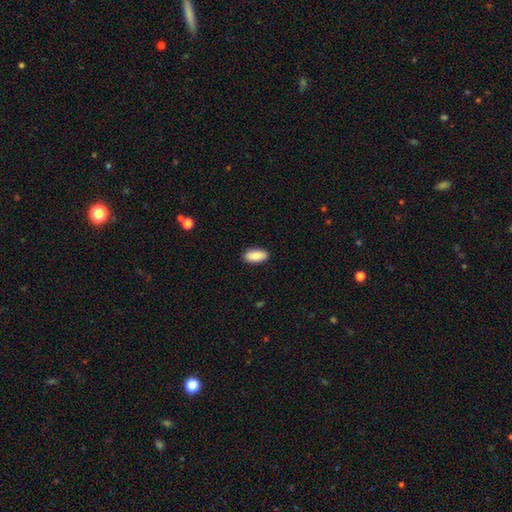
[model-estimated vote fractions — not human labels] A smooth galaxy with no disk features (89%) that is in between round and cigar-shaped (89%).

Vote fractions:
- Smooth or featured? smooth: 89% / star or artifact: 6% / featured or disk: 5%
- How rounded? in between: 89% / cigar-shaped: 9% / round: 2%
- Merging? none: 89% / minor disturbance: 8% / major disturbance: 2% / merger: 1%